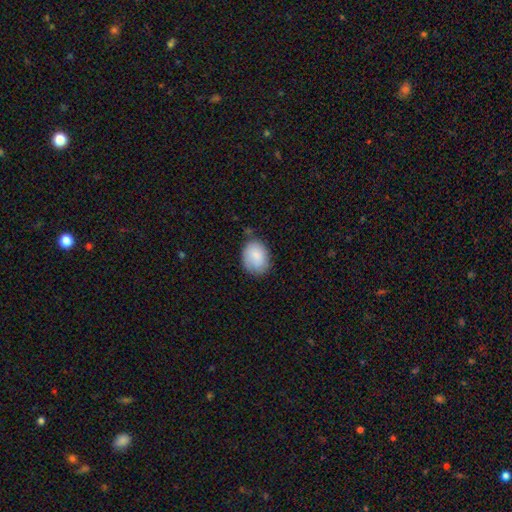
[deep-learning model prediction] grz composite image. It shows a smooth galaxy with no disk features (82%) that is in between round and cigar-shaped (60%). Merging: none (70%).